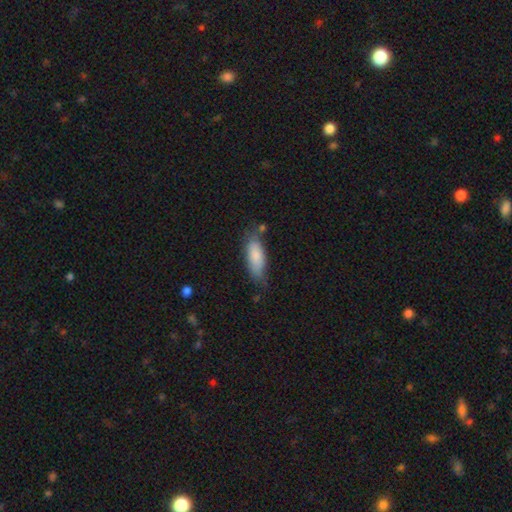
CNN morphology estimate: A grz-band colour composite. It shows a smooth galaxy with no disk features (83%) that is in between round and cigar-shaped (70%). Merging: none (62%).